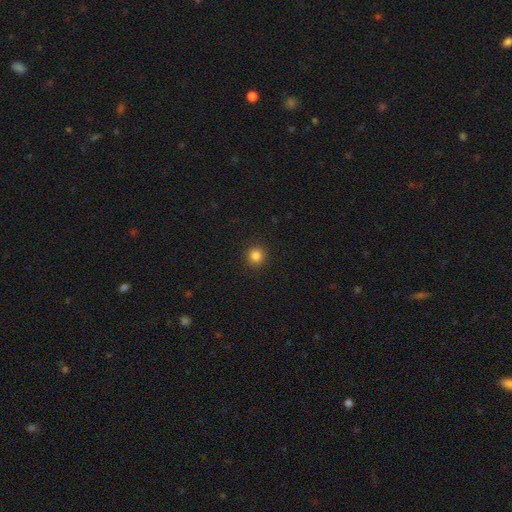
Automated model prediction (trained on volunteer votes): Smooth or featured: smooth — 84% (star or artifact — 12%)
How rounded: round — 95% (in between — 4%)
Merging: none — 93% (minor disturbance — 5%)